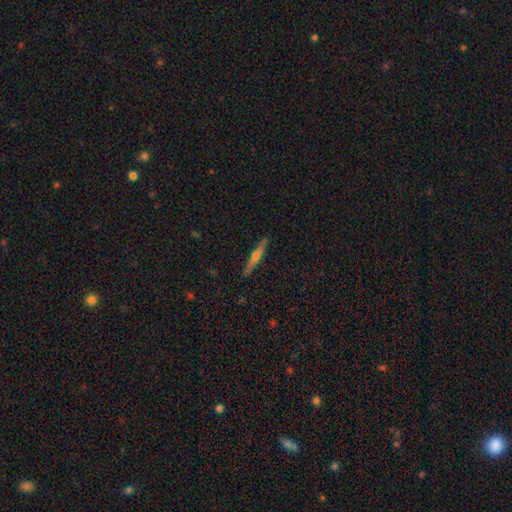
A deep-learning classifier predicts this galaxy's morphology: featured or disk 66%, smooth 28%, star or artifact 7%. Down the decision tree: edge-on disk — yes (98%); edge-on bulge — rounded (84%); merging — none (91%).